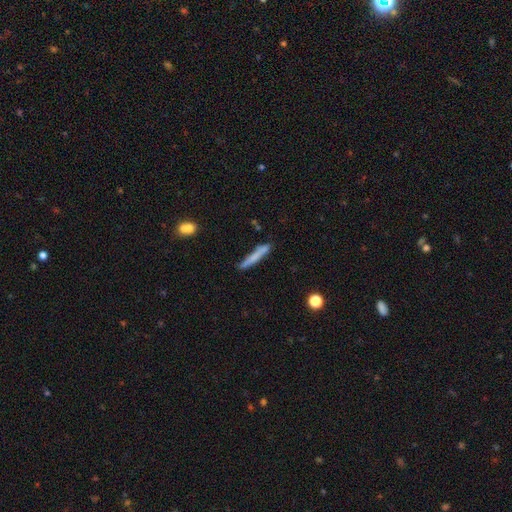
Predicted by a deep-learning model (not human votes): A smooth galaxy with no disk features (70%) that is cigar-shaped (94%). Merging: none (77%).